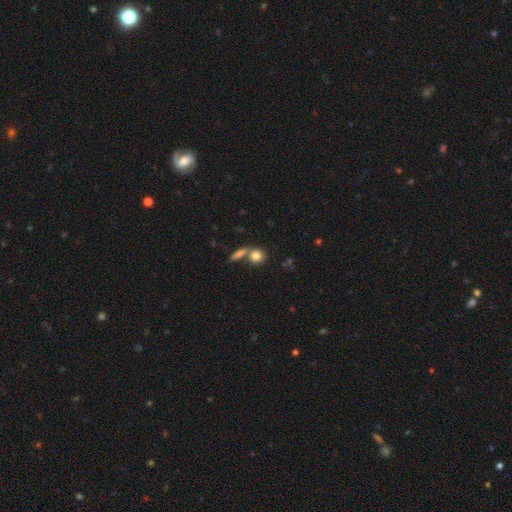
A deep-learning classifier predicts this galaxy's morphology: Smooth or featured: smooth — 81% (star or artifact — 9%)
How rounded: round — 79% (in between — 18%)
Merging: none — 54% (merger — 33%)